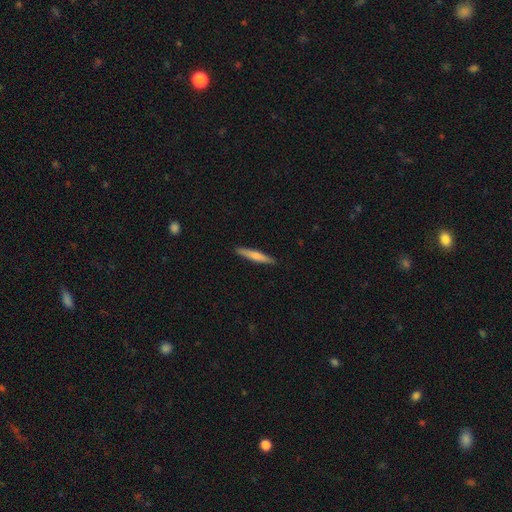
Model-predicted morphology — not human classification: Smooth or featured? Predicted: smooth (p=0.64). How rounded? Predicted: cigar-shaped (p=0.92). Merging? Predicted: none (p=0.91).